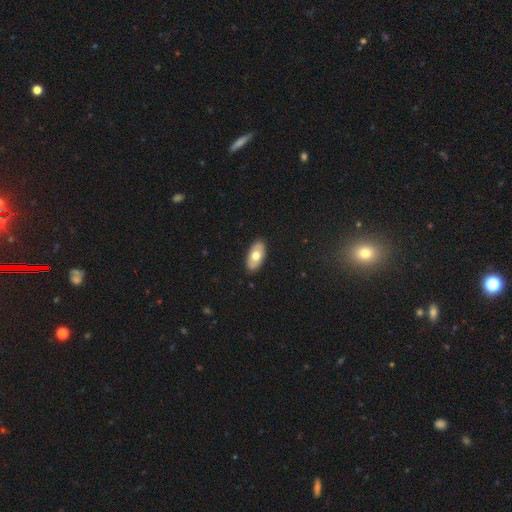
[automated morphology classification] Overall: smooth (68%). How rounded: in between (93%). Merging: none (89%).